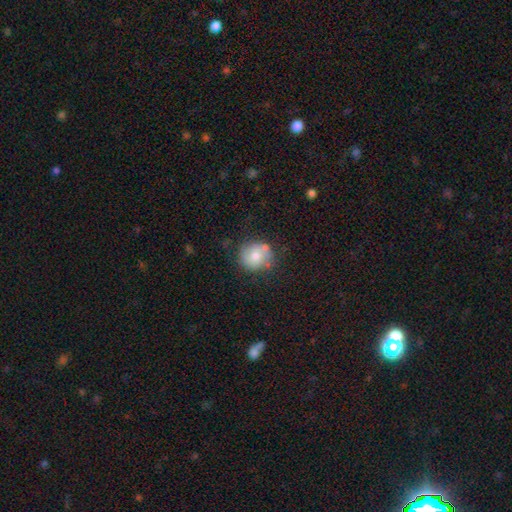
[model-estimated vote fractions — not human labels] This is likely a smooth galaxy (68%). How rounded: clearly round (86%). Merging: likely none (68%).